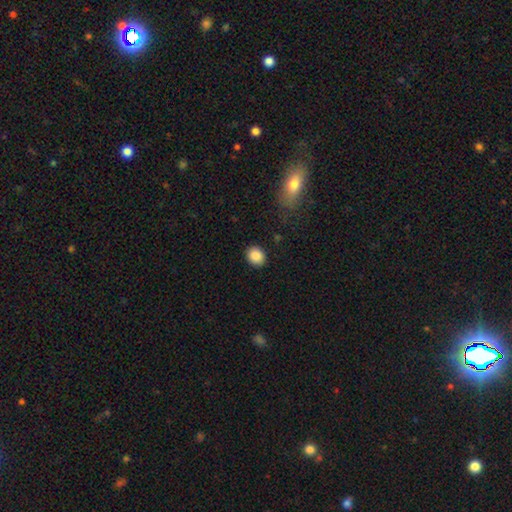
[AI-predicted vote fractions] smooth_or_featured: smooth (p=0.87) [alt: star or artifact p=0.08]
how_rounded: round (p=0.65) [alt: in between p=0.35]
merging: none (p=0.90) [alt: minor disturbance p=0.07]